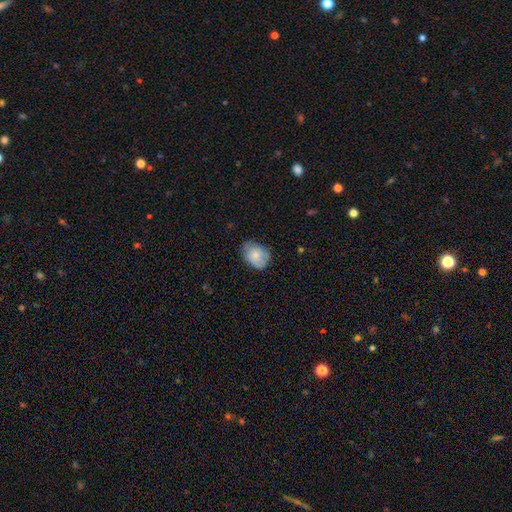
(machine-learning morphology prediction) Smooth or featured? Predicted: smooth (p=0.76). How rounded? Predicted: in between (p=0.71). Merging? Predicted: none (p=0.62).